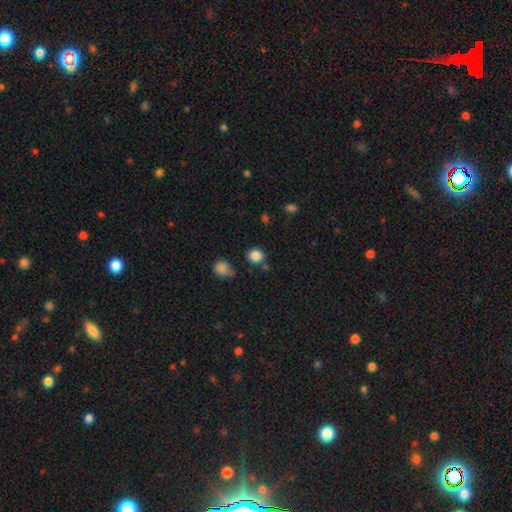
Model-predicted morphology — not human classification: Q: Smooth or featured?
A: smooth (85%); runner-up: star or artifact (11%)
Q: How rounded?
A: round (81%); runner-up: in between (18%)
Q: Merging?
A: none (76%); runner-up: minor disturbance (13%)